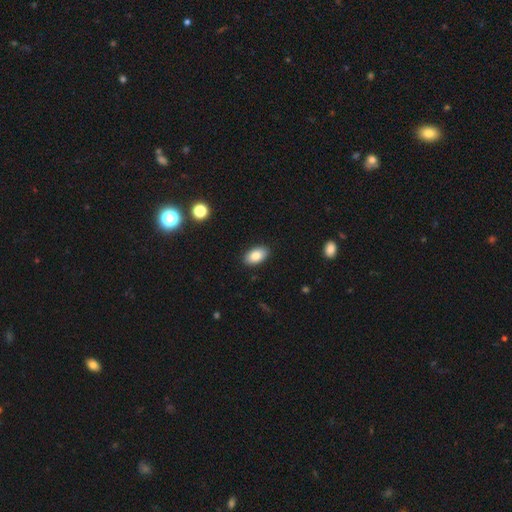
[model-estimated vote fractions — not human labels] Morphology: type=smooth (84%); roundness=in between (93%); merging=none (89%).